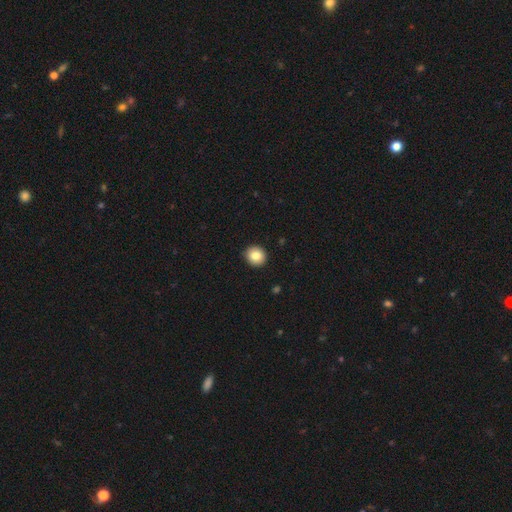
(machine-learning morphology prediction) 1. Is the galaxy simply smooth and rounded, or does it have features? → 85% smooth, 9% star or artifact, 7% featured or disk.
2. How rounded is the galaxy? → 88% round, 11% in between, 1% cigar-shaped.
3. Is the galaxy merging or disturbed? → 92% none, 6% minor disturbance, 2% major disturbance, 1% merger.